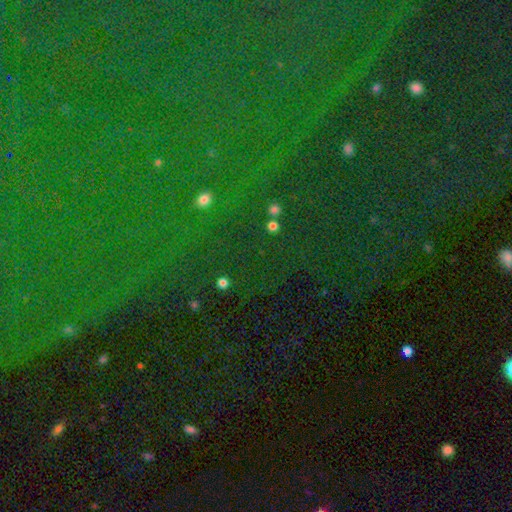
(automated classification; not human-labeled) Q: Smooth or featured?
A: star or artifact (79%); runner-up: smooth (12%)